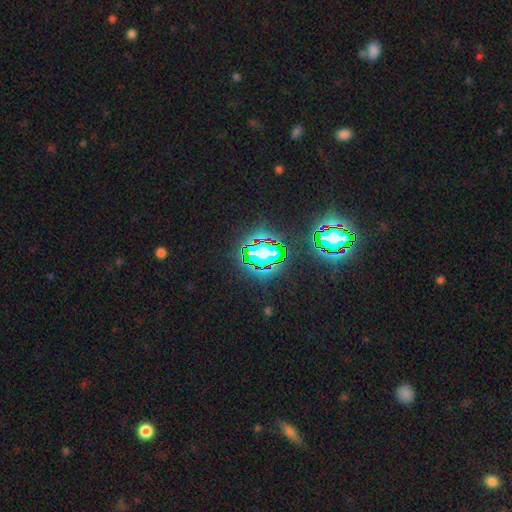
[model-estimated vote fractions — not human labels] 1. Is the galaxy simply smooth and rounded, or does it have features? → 81% star or artifact, 12% smooth, 7% featured or disk.